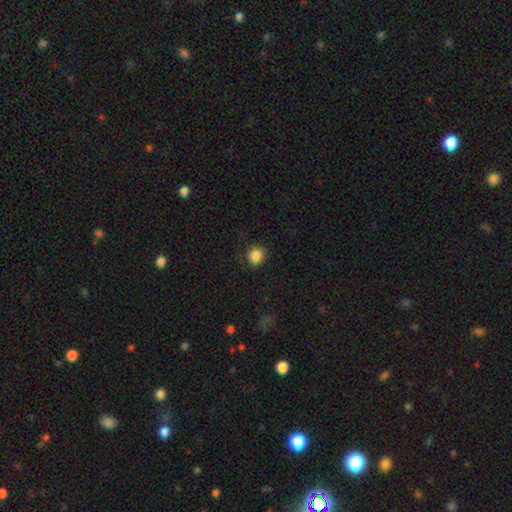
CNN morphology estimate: Smooth or featured?
  - smooth: 86% *
  - star or artifact: 10%
  - featured or disk: 4%
How rounded?
  - round: 84% *
  - in between: 15%
  - cigar-shaped: 1%
Merging?
  - none: 83% *
  - minor disturbance: 13%
  - major disturbance: 4%
  - merger: 1%